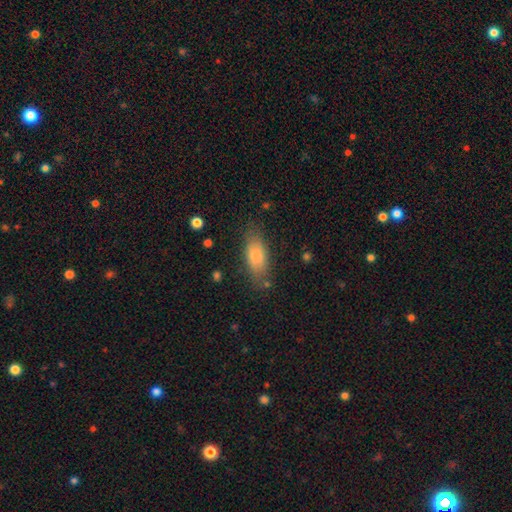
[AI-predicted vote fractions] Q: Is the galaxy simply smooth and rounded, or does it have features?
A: smooth — 81%.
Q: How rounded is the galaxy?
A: in between — 78%.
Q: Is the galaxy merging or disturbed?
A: none — 75%.